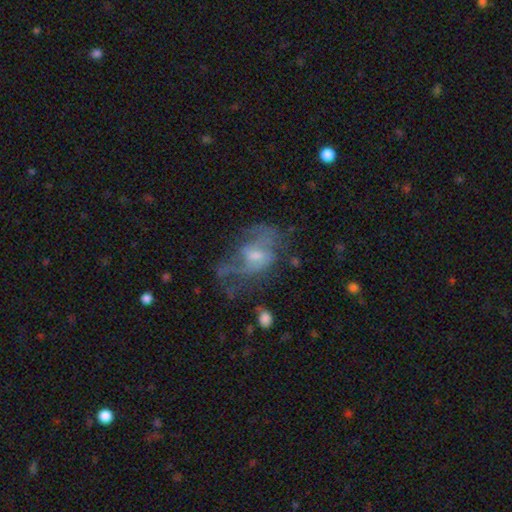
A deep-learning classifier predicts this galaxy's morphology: Q: Smooth or featured?
A: featured or disk (63%); runner-up: smooth (25%)
Q: Edge-on disk?
A: no (95%); runner-up: yes (5%)
Q: Bar?
A: no (58%); runner-up: weak (35%)
Q: Spiral arms?
A: yes (56%); runner-up: no (44%)
Q: Bulge size?
A: small (49%); runner-up: moderate (38%)
Q: Merging?
A: none (39%); runner-up: major disturbance (36%)